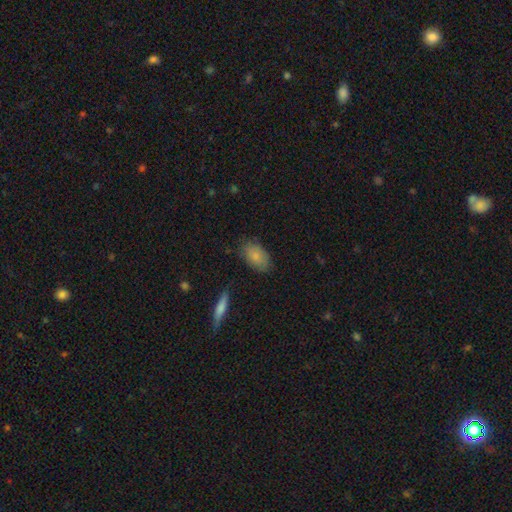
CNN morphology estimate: smooth-or-featured: smooth: 81% | featured or disk: 13% | star or artifact: 7%
  how-rounded: in between: 91% | round: 7% | cigar-shaped: 2%
  merging: none: 79% | minor disturbance: 16% | major disturbance: 4% | merger: 2%